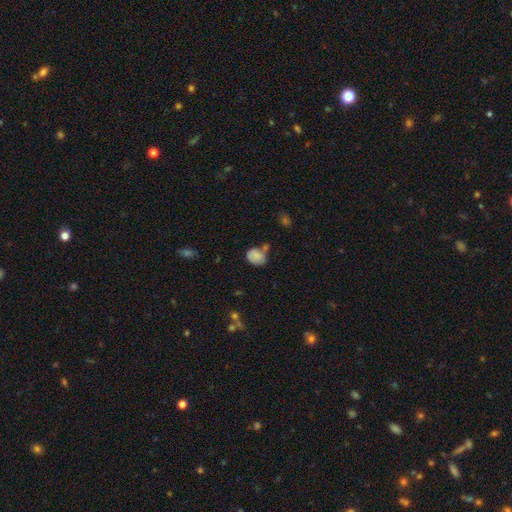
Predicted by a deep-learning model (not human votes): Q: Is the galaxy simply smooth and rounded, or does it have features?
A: smooth — 80%.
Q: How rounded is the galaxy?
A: in between — 55%.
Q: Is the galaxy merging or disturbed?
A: none — 47%.